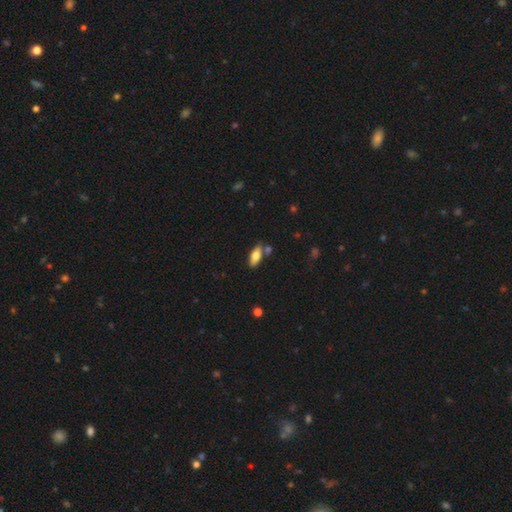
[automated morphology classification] Smooth or featured? Predicted: smooth (p=0.72). How rounded? Predicted: in between (p=0.80). Merging? Predicted: none (p=0.72).